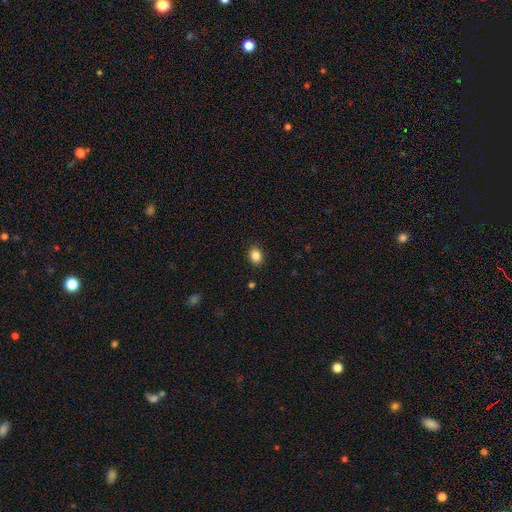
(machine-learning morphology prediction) Overall: smooth (86%). How rounded: in between (62%; round 37%). Merging: none (89%).